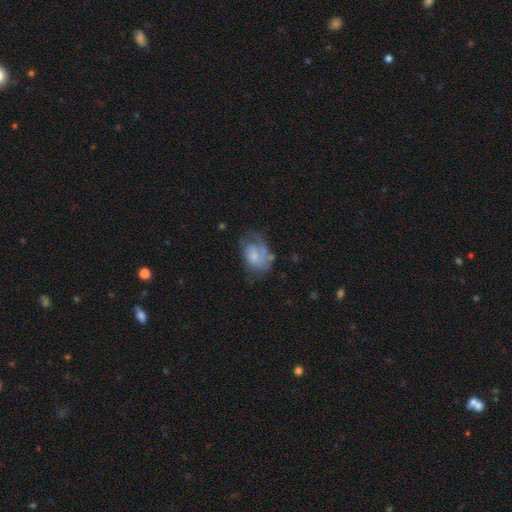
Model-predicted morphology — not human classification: Smooth or featured? Predicted: featured or disk (p=0.59). Edge-on disk? Predicted: no (p=0.97). Bar? Predicted: no (p=0.72). Spiral arms? Predicted: yes (p=0.78). Bulge size? Predicted: small (p=0.39). Merging? Predicted: none (p=0.43).